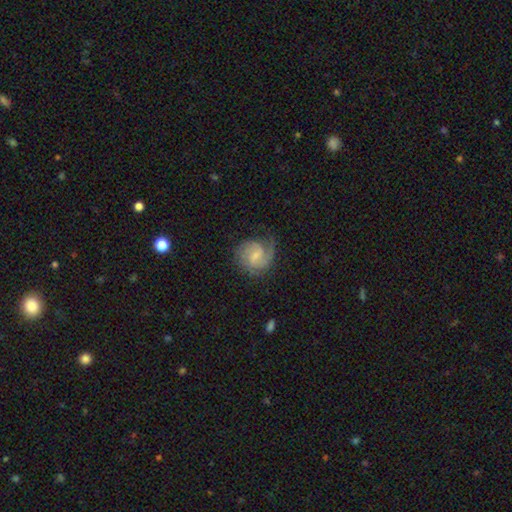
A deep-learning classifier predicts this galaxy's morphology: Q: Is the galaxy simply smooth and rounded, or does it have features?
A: featured or disk — 72%.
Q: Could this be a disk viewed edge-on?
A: no — 98%.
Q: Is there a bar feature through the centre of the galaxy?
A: weak — 58%.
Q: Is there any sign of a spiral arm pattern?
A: yes — 94%.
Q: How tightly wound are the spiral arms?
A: medium — 44%.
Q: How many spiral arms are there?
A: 2 — 56%.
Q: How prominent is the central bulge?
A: small — 53%.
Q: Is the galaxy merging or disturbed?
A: none — 65%.